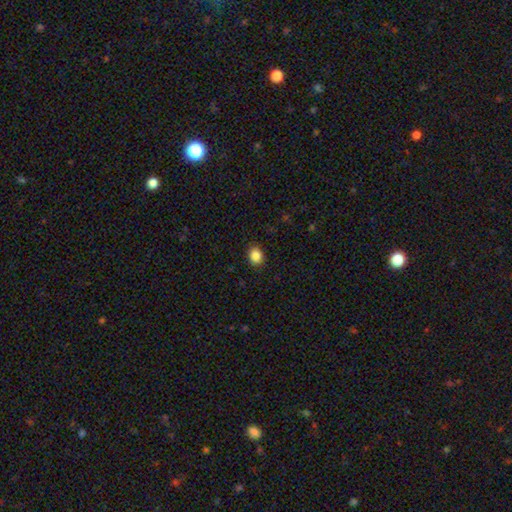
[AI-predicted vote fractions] This appears to be a smooth galaxy with no disk features (86%) that is round (61%). Merging: none (91%).